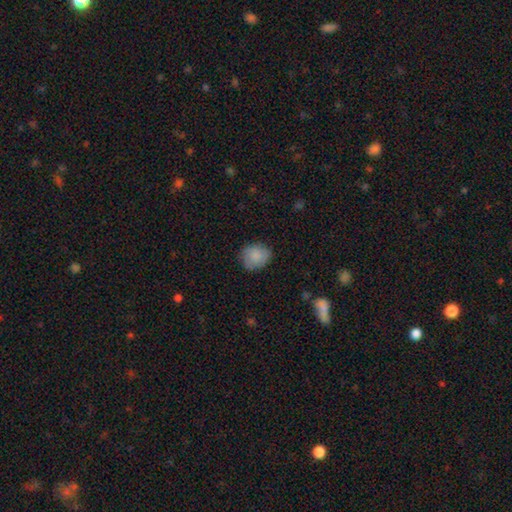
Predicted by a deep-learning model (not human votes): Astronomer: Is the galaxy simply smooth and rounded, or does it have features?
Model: smooth — 83%.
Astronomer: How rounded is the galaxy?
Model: round — 66%.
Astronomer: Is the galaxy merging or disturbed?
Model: none — 77%.